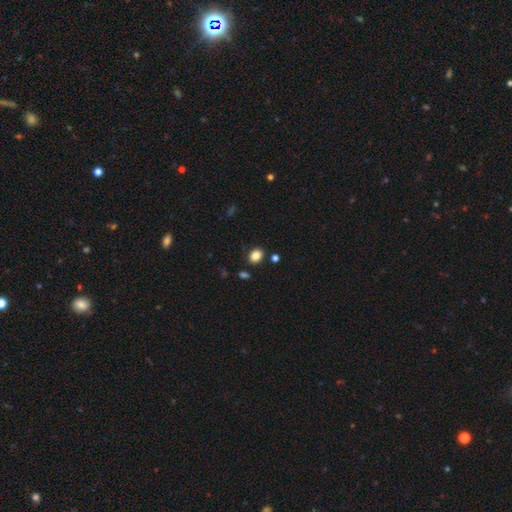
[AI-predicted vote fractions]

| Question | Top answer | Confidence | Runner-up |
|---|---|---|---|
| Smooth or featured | smooth | 85% | star or artifact (10%) |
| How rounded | in between | 55% | round (44%) |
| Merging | none | 85% | minor disturbance (9%) |